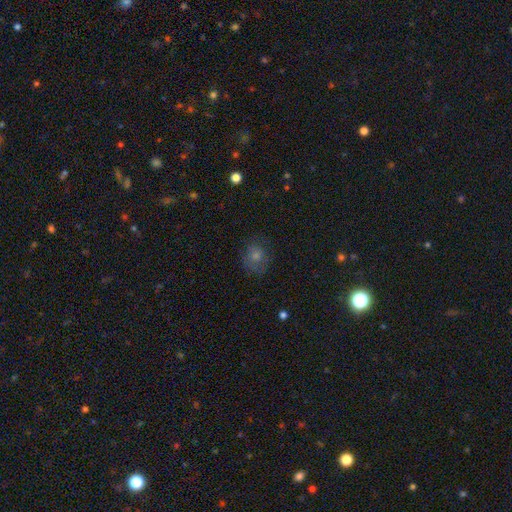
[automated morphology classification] Smooth or featured? Predicted: smooth (p=0.55). How rounded? Predicted: round (p=0.74). Merging? Predicted: none (p=0.75).